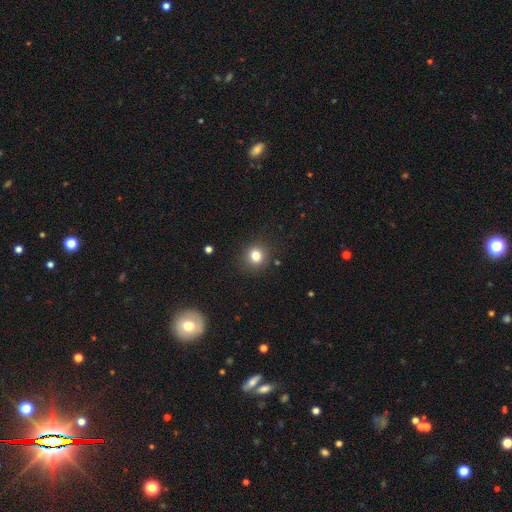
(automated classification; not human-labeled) A smooth galaxy with no disk features (81%) that is round (88%). Merging: none (89%).